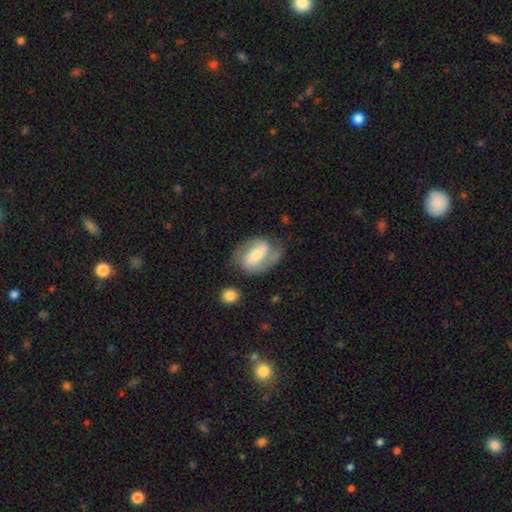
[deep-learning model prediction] A featured or disk galaxy (66%) with a strong bar (49%), 2 (81%) medium (46%) spiral arms (83%) and a moderate central bulge (51%).

Vote fractions:
- Smooth or featured? featured or disk: 66% / smooth: 28% / star or artifact: 6%
- Edge-on disk? no: 95% / yes: 5%
- Bar? strong: 49% / weak: 34% / no: 17%
- Spiral arms? yes: 83% / no: 17%
- Spiral winding? medium: 46% / tight: 28% / loose: 26%
- Spiral arm count? 2: 81% / can't tell: 9% / 1: 7% / 3: 1% / 4: 1% / more than 4: 1%
- Bulge size? moderate: 51% / small: 37% / large: 8% / none: 3% / dominant: 2%
- Merging? none: 60% / minor disturbance: 24% / major disturbance: 12% / merger: 4%